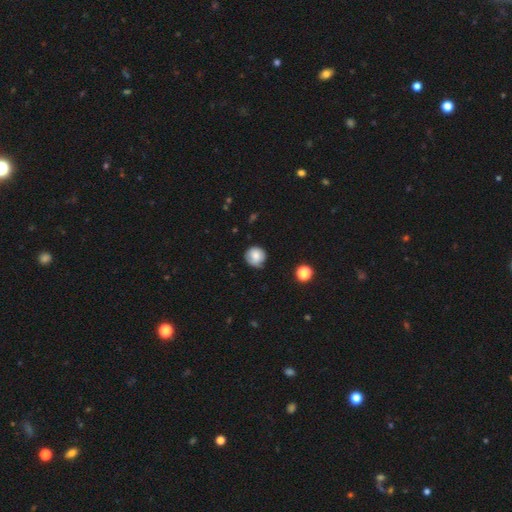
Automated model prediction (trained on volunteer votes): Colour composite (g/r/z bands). It shows a smooth galaxy with no disk features (79%) that is round (90%). Merging: none (72%).